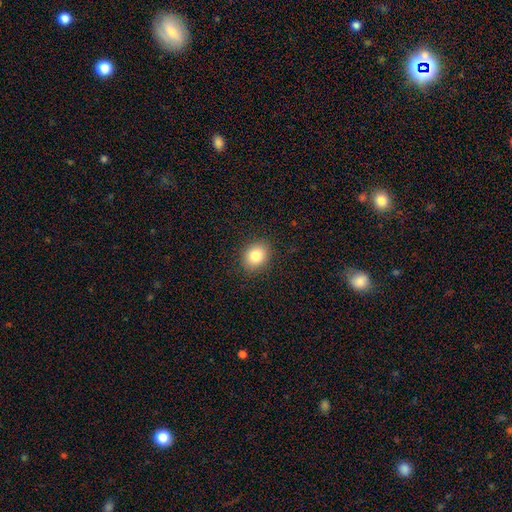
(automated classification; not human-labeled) Overall: smooth (83%). How rounded: round (52%; in between 47%). Merging: none (89%).